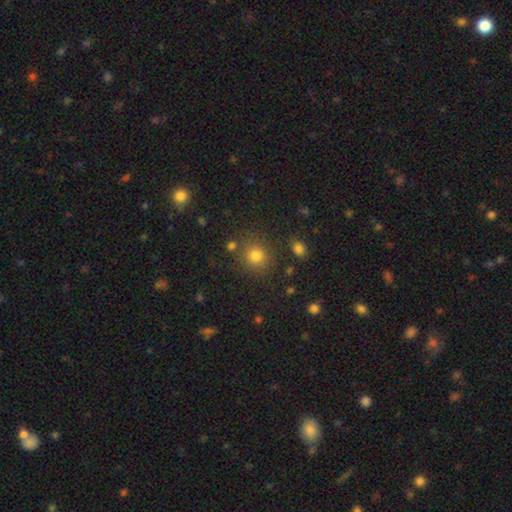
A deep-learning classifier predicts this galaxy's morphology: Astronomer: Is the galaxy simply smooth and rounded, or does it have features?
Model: smooth — 78%.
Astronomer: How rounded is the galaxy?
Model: round — 83%.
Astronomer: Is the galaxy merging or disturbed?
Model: none — 80%.